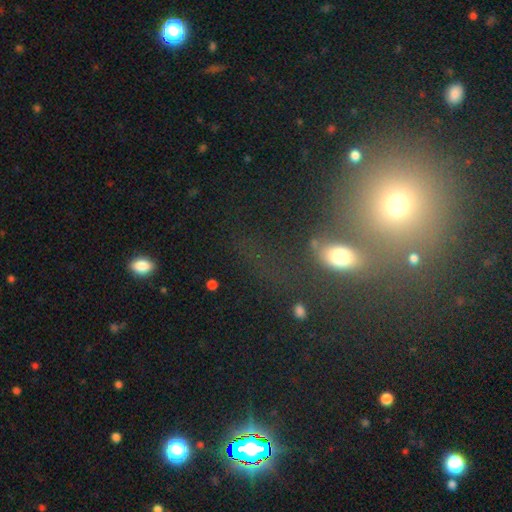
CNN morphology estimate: type=smooth (42%); merging=none (45%).